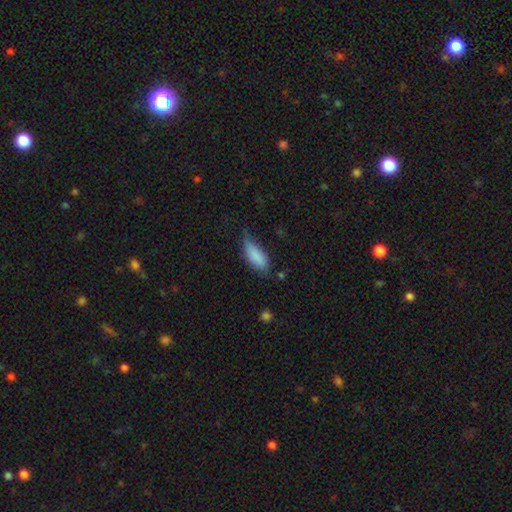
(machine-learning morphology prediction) A smooth galaxy with no disk features (84%) that is in between round and cigar-shaped (79%). Merging: none (45%).